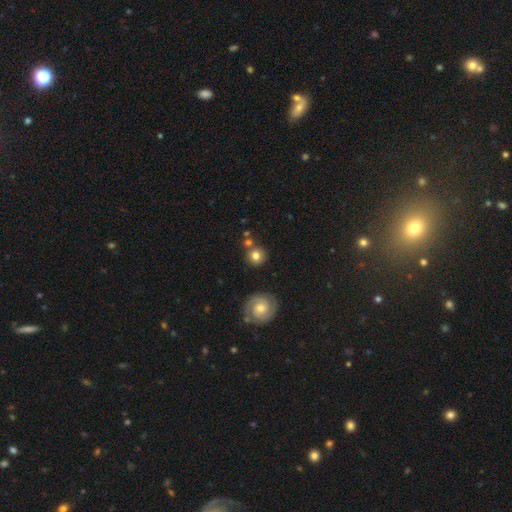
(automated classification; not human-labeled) Overall: smooth (73%). How rounded: round (93%). Merging: none (78%).